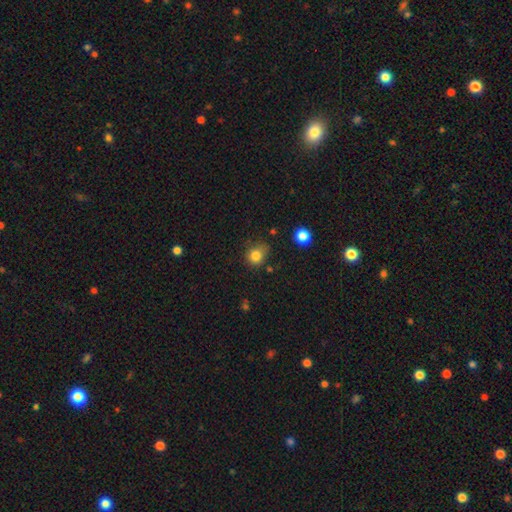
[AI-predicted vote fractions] Smooth or featured? Predicted: smooth (p=0.81). How rounded? Predicted: round (p=0.74). Merging? Predicted: none (p=0.62).